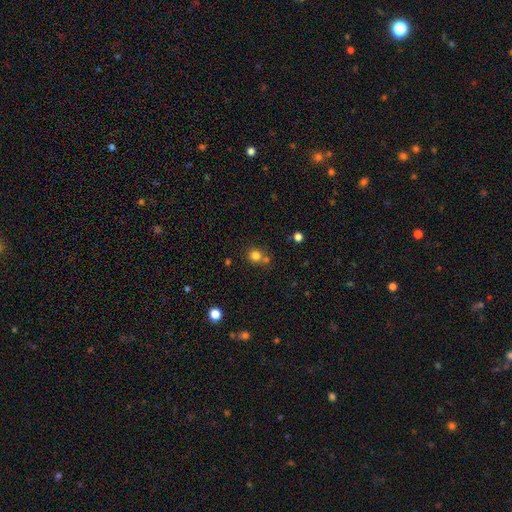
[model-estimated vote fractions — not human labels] This appears to be a smooth galaxy with no disk features (80%) that is round (87%). Merging: none (62%).